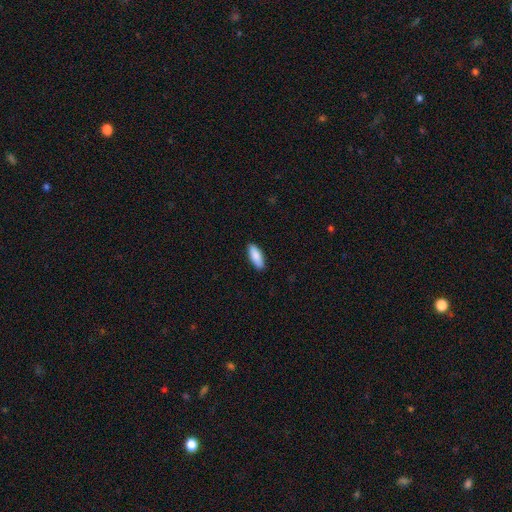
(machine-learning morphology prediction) Q: Smooth or featured?
A: smooth (88%); runner-up: featured or disk (6%)
Q: How rounded?
A: in between (71%); runner-up: cigar-shaped (27%)
Q: Merging?
A: none (89%); runner-up: minor disturbance (8%)